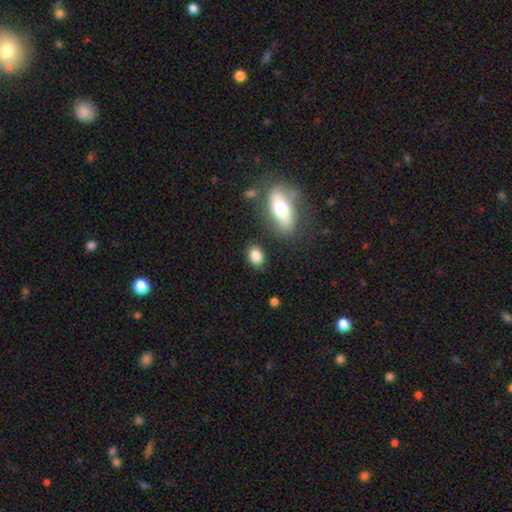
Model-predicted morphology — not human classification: This is clearly a smooth galaxy (84%). How rounded: likely in between (71%). Merging: clearly none (82%).